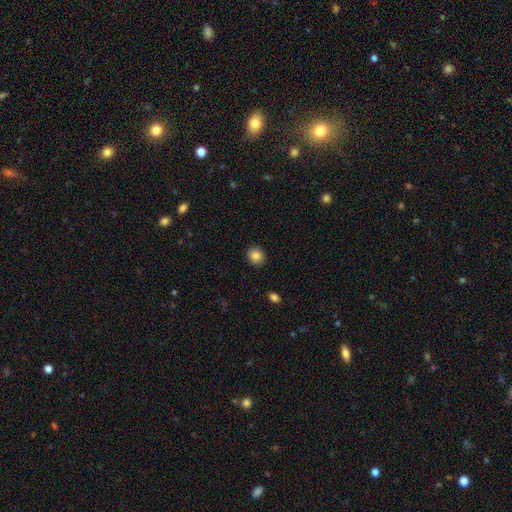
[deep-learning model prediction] Smooth or featured? smooth (85%)
How rounded? round (80%)
Merging? none (91%)